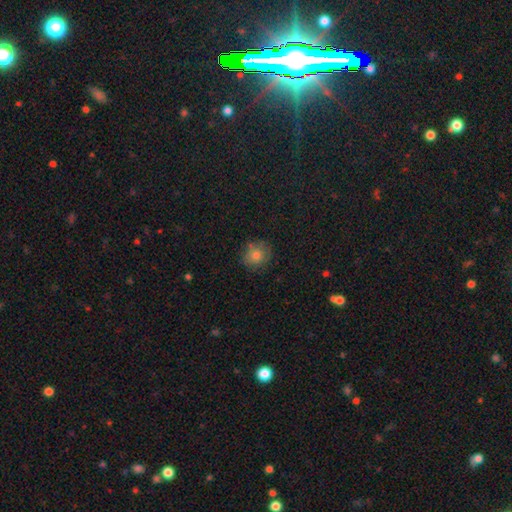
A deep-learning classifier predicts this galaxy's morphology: Overall: smooth (79%). How rounded: round (81%). Merging: none (78%).